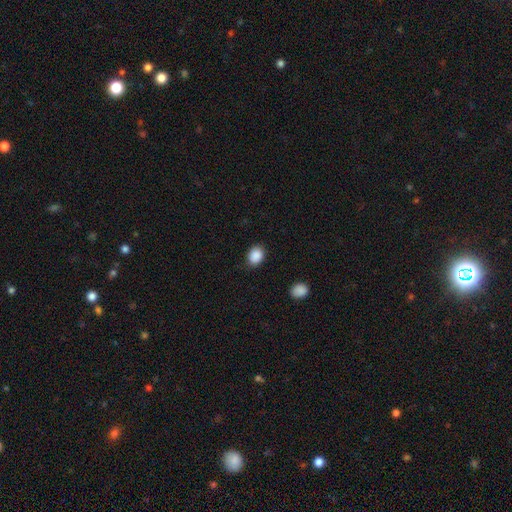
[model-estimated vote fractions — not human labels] smooth 89%, star or artifact 8%, featured or disk 3%. Down the decision tree: how rounded — in between (55%); merging — none (83%).